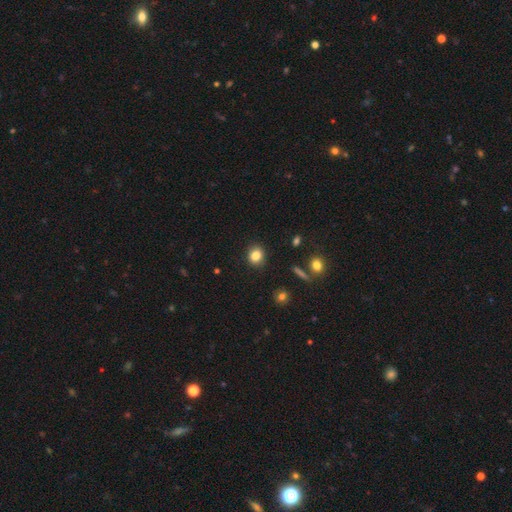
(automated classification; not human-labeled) A smooth galaxy with no disk features (83%) that is round (71%).

Vote fractions:
- Smooth or featured? smooth: 83% / star or artifact: 11% / featured or disk: 6%
- How rounded? round: 71% / in between: 28% / cigar-shaped: 1%
- Merging? none: 89% / minor disturbance: 8% / major disturbance: 2% / merger: 1%